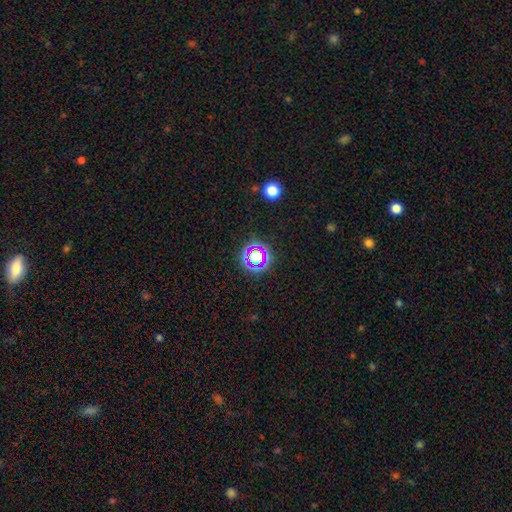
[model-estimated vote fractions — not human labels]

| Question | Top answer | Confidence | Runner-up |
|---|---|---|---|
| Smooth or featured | star or artifact | 57% | smooth (30%) |